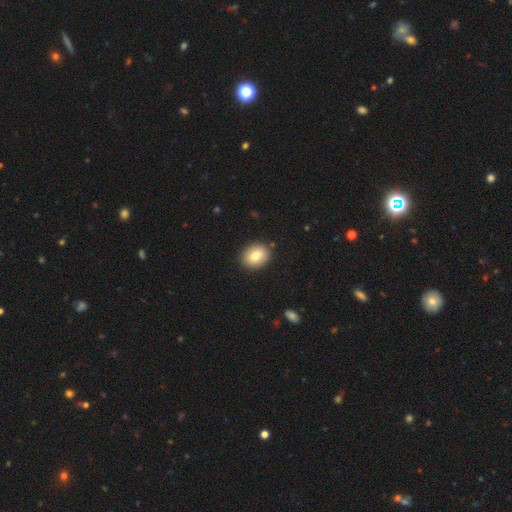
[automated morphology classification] smooth-or-featured: smooth: 79% | featured or disk: 13% | star or artifact: 9%
  how-rounded: round: 52% | in between: 47% | cigar-shaped: 1%
  merging: none: 89% | minor disturbance: 8% | major disturbance: 2% | merger: 1%